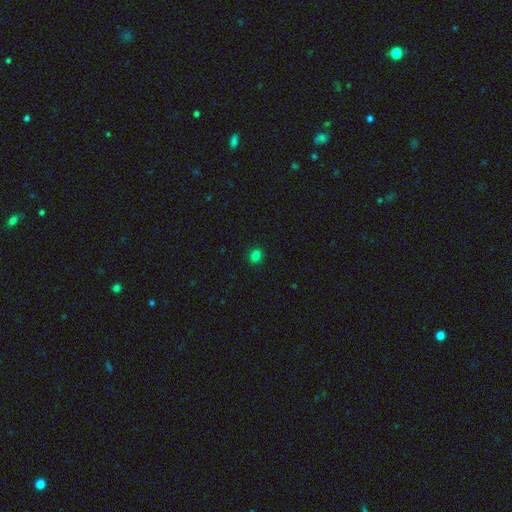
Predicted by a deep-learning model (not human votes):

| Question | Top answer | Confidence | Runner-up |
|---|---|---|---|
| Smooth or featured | smooth | 80% | star or artifact (16%) |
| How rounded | round | 79% | in between (20%) |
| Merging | none | 91% | minor disturbance (6%) |